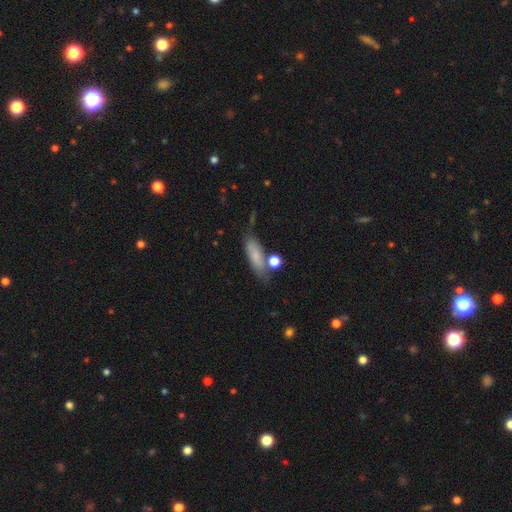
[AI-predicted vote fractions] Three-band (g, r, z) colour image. It shows a smooth galaxy with no disk features (76%) that is in between round and cigar-shaped (53%). Merging: none (62%).